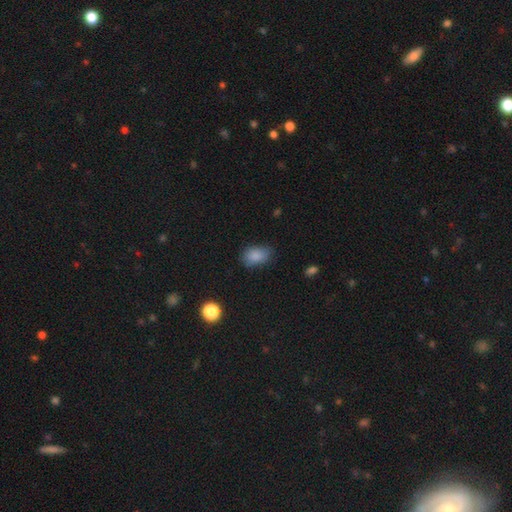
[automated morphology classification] This appears to be a smooth galaxy with no disk features (86%) that is in between round and cigar-shaped (83%). Merging: none (71%).